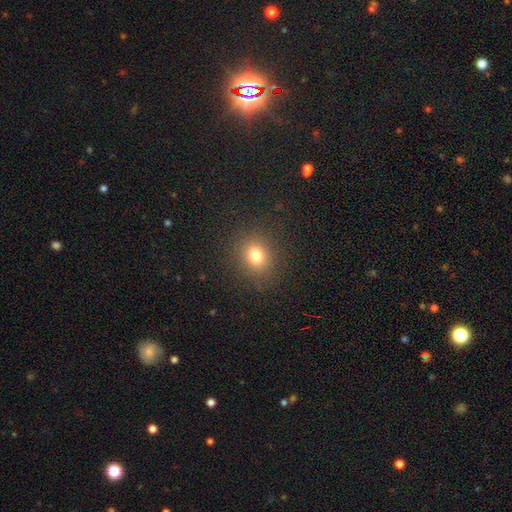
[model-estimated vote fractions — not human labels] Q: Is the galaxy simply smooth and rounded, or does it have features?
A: smooth — 77%.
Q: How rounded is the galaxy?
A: round — 72%.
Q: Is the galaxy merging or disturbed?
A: none — 87%.